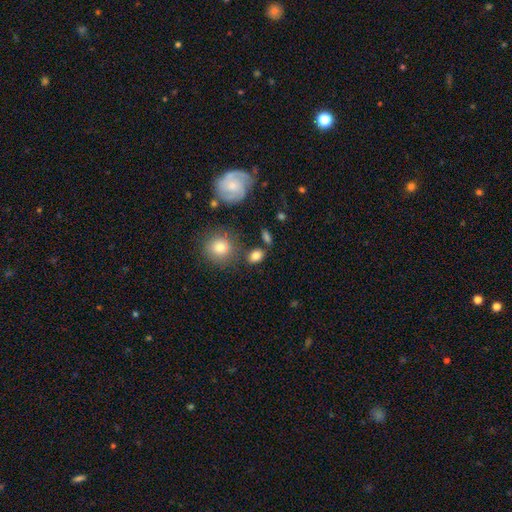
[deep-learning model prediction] smooth 81%, star or artifact 11%, featured or disk 8%. Down the decision tree: how rounded — in between (74%); merging — none (72%).